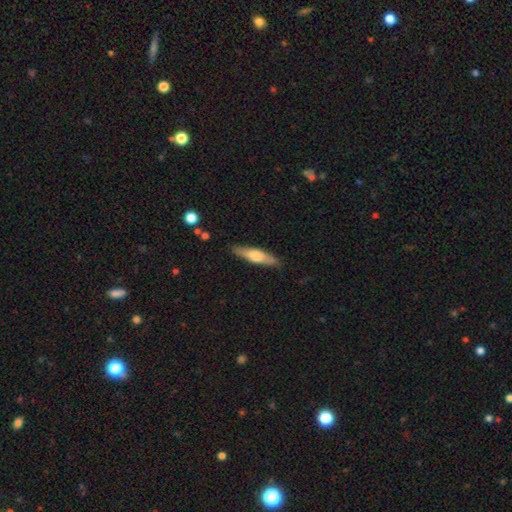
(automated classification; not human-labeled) Smooth or featured?
  - smooth: 56% *
  - featured or disk: 39%
  - star or artifact: 5%
How rounded?
  - cigar-shaped: 76% *
  - in between: 22%
  - round: 2%
Merging?
  - none: 88% *
  - minor disturbance: 9%
  - major disturbance: 2%
  - merger: 1%